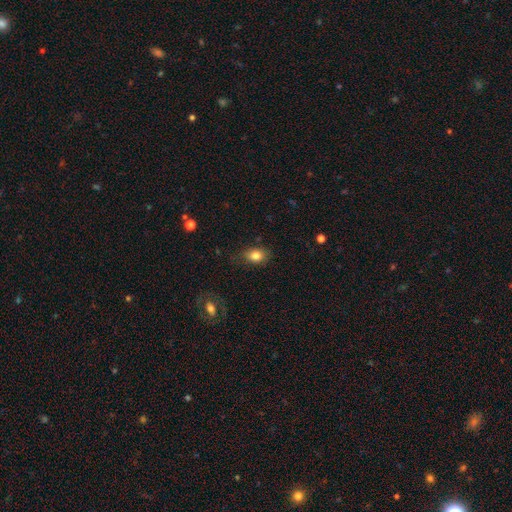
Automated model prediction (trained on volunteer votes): smooth_or_featured: smooth (p=0.82) [alt: star or artifact p=0.10]
how_rounded: in between (p=0.74) [alt: round p=0.25]
merging: none (p=0.76) [alt: minor disturbance p=0.18]